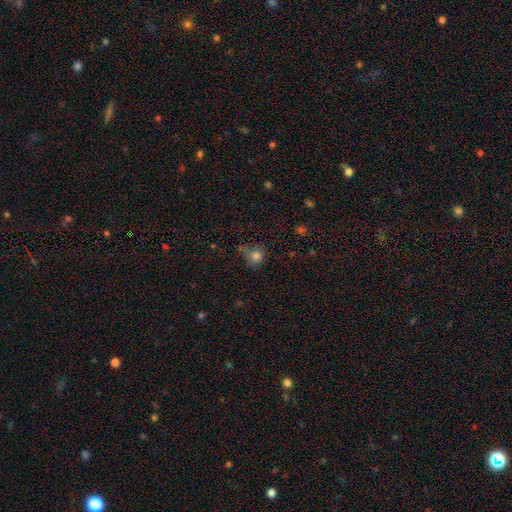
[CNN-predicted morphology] This appears to be a smooth galaxy with no disk features (80%) that is round (74%). Merging: none (56%).